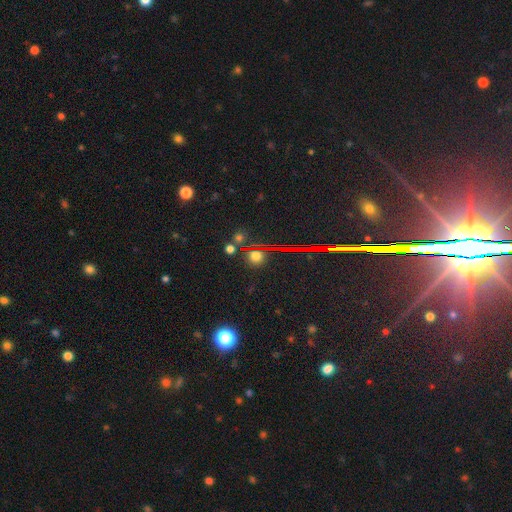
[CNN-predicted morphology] A star or artifact, not a galaxy (47%).